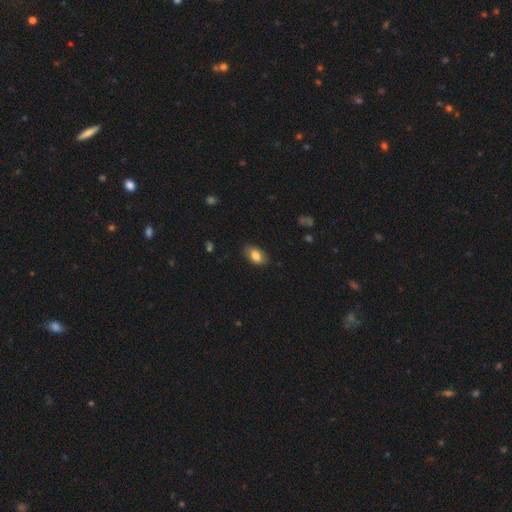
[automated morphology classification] Smooth or featured?
  - smooth: 82% *
  - featured or disk: 10%
  - star or artifact: 8%
How rounded?
  - in between: 91% *
  - round: 7%
  - cigar-shaped: 2%
Merging?
  - none: 80% *
  - minor disturbance: 16%
  - major disturbance: 3%
  - merger: 1%